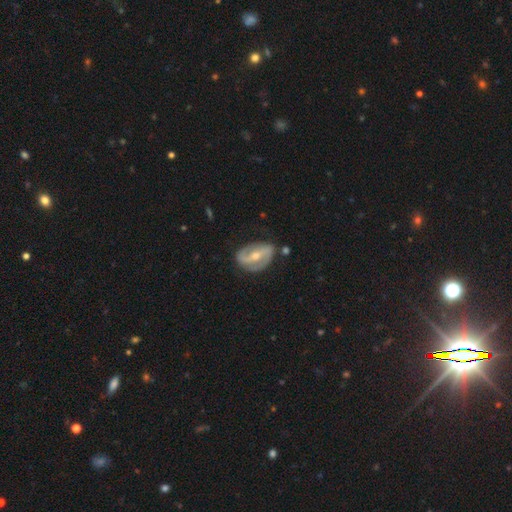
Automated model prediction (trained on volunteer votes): Smooth or featured? featured or disk (82%)
Edge-on disk? no (96%)
Bar? strong (52%)
Spiral arms? yes (88%)
Spiral winding? medium (41%)
Spiral arm count? 2 (86%)
Bulge size? moderate (54%)
Merging? none (72%)